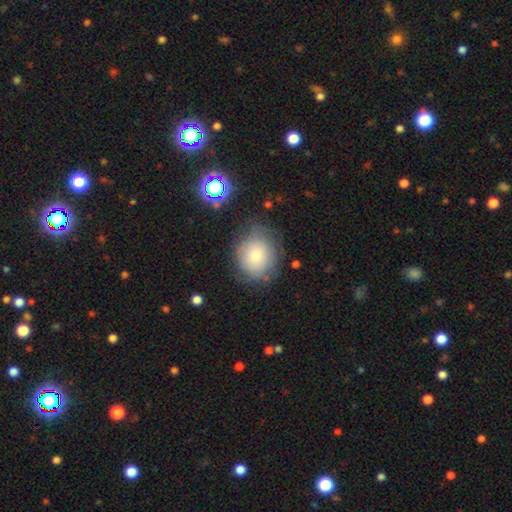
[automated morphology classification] Smooth or featured? smooth (74%)
How rounded? round (74%)
Merging? none (65%)